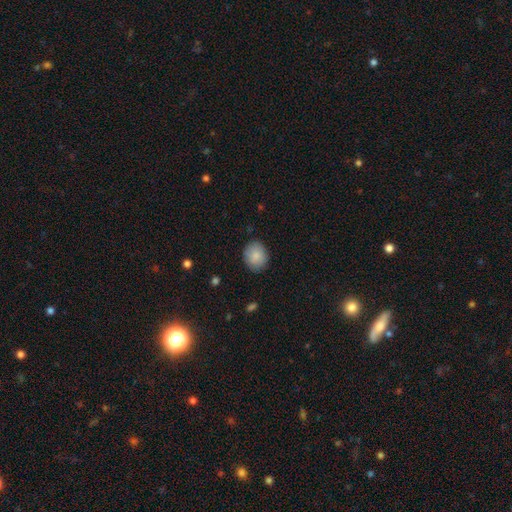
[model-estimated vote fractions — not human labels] Smooth or featured: smooth — 86% (featured or disk — 7%)
How rounded: round — 59% (in between — 40%)
Merging: none — 84% (minor disturbance — 12%)